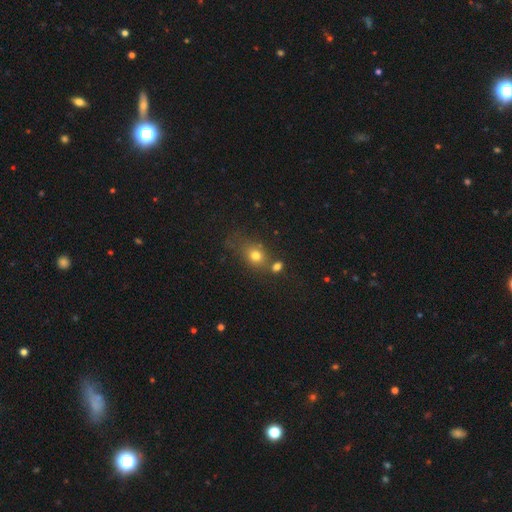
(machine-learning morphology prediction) Smooth or featured? Predicted: smooth (p=0.74). How rounded? Predicted: round (p=0.52). Merging? Predicted: none (p=0.50).